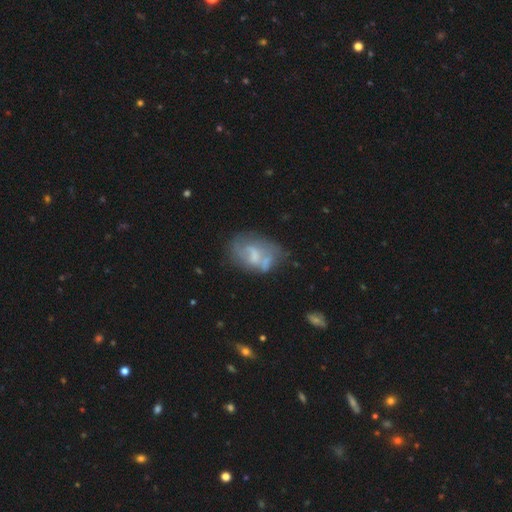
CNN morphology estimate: A featured or disk galaxy (55%) with no bar (48%), no spiral arms (61%) and no central bulge (39%). Merging: none (40%).